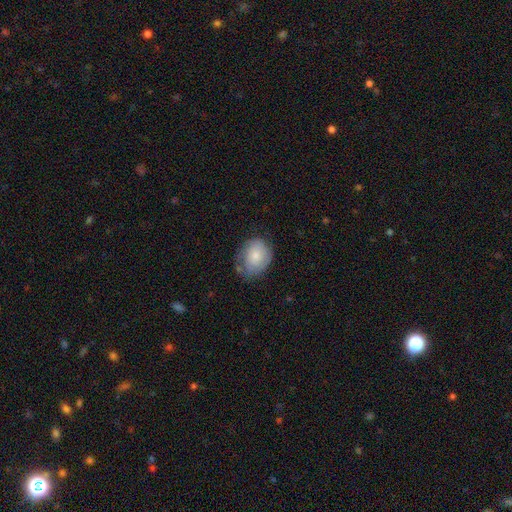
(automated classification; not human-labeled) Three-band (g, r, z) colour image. It shows a smooth galaxy with no disk features (74%) that is in between round and cigar-shaped (55%). Merging: none (56%).